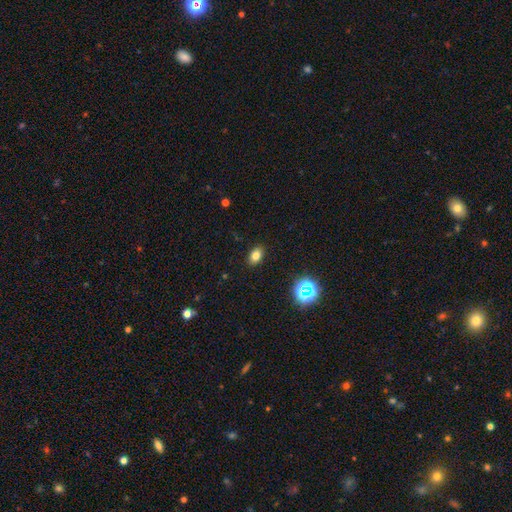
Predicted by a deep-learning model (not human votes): Smooth or featured: smooth — 77% (star or artifact — 14%)
How rounded: in between — 84% (round — 15%)
Merging: none — 89% (minor disturbance — 8%)